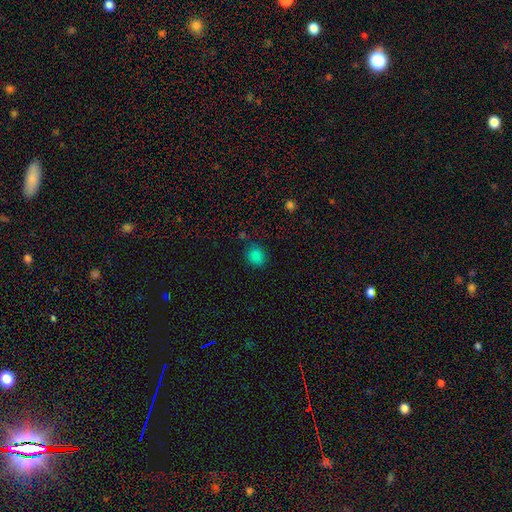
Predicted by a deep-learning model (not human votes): Smooth or featured? Predicted: smooth (p=0.81). How rounded? Predicted: round (p=0.54). Merging? Predicted: none (p=0.76).